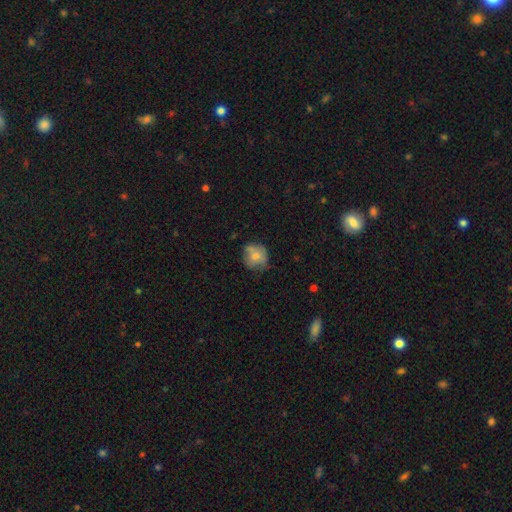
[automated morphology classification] Smooth or featured? smooth (66%)
How rounded? round (83%)
Merging? none (60%)